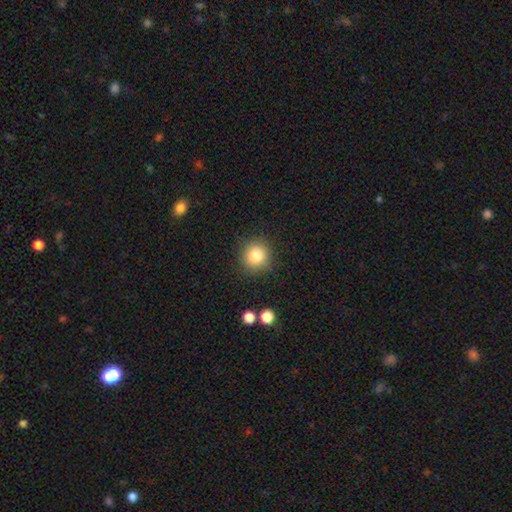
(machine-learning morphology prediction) A smooth galaxy with no disk features (83%) that is round (91%).

Vote fractions:
- Smooth or featured? smooth: 83% / star or artifact: 10% / featured or disk: 7%
- How rounded? round: 91% / in between: 8% / cigar-shaped: 1%
- Merging? none: 87% / minor disturbance: 8% / major disturbance: 3% / merger: 2%